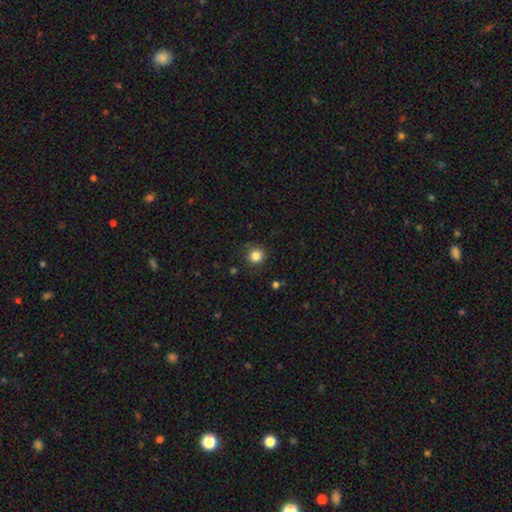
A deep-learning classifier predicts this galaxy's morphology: type=smooth (84%); roundness=round (92%); merging=none (87%).